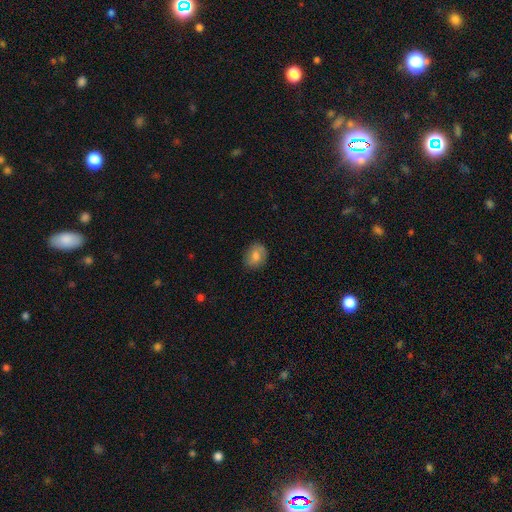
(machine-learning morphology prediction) A smooth galaxy with no disk features (77%) that is in between round and cigar-shaped (50%). Merging: none (83%).